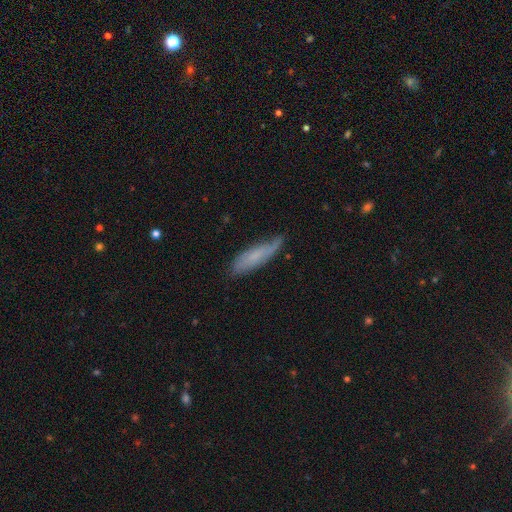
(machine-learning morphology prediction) This is likely a smooth galaxy (63%). How rounded: likely cigar-shaped (63%). Merging: likely none (61%).